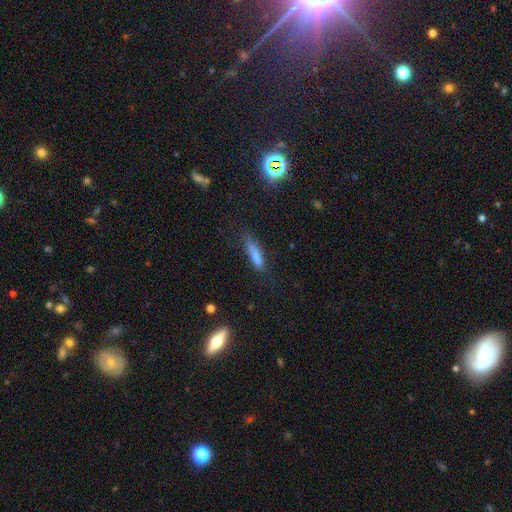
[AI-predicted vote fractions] smooth_or_featured: smooth (p=0.78) [alt: featured or disk p=0.14]
how_rounded: cigar-shaped (p=0.76) [alt: in between p=0.22]
merging: none (p=0.70) [alt: minor disturbance p=0.21]